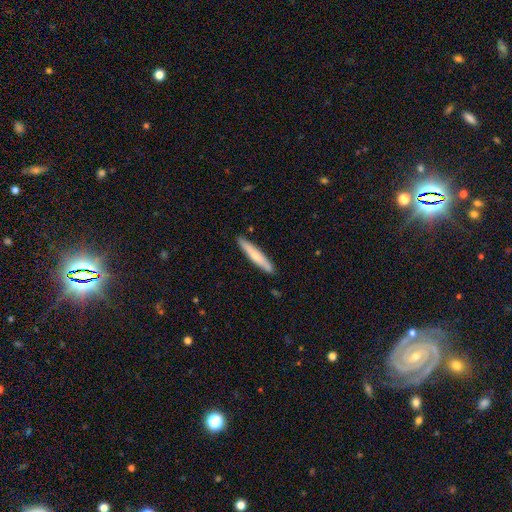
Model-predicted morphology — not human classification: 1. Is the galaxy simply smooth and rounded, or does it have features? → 65% smooth, 29% featured or disk, 5% star or artifact.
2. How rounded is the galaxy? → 93% cigar-shaped, 6% in between, 1% round.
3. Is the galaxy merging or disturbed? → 90% none, 8% minor disturbance, 1% major disturbance, 1% merger.